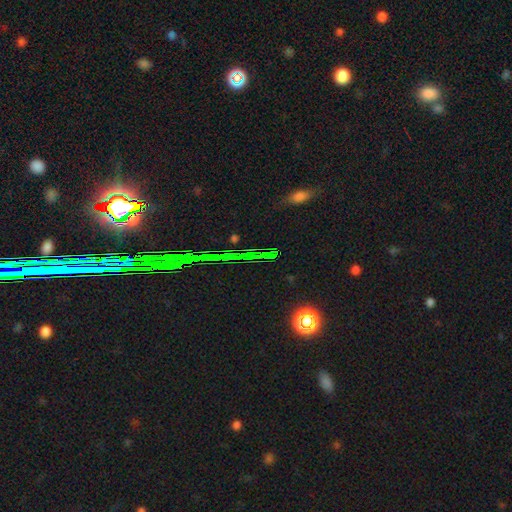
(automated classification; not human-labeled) star or artifact 70%, smooth 18%, featured or disk 12%.